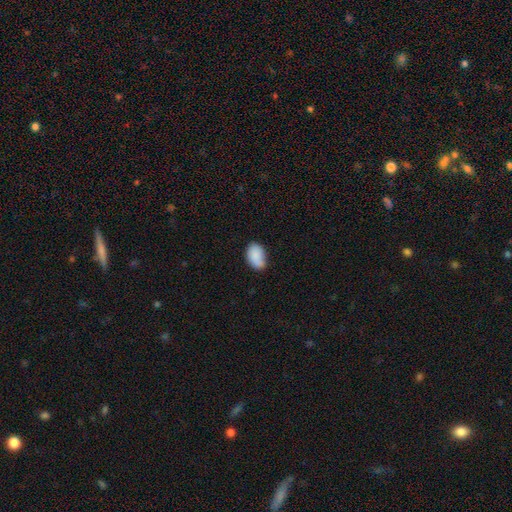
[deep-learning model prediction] A smooth galaxy with no disk features (88%) that is in between round and cigar-shaped (90%).

Vote fractions:
- Smooth or featured? smooth: 88% / star or artifact: 7% / featured or disk: 5%
- How rounded? in between: 90% / round: 9% / cigar-shaped: 1%
- Merging? none: 72% / minor disturbance: 22% / major disturbance: 4% / merger: 2%